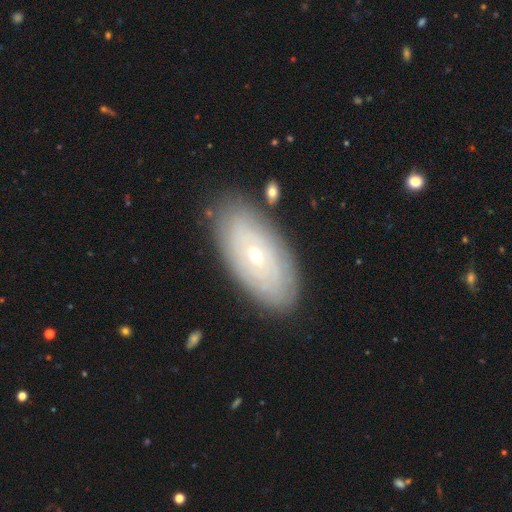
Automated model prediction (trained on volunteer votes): Q: Smooth or featured?
A: featured or disk (66%); runner-up: smooth (28%)
Q: Edge-on disk?
A: no (90%); runner-up: yes (10%)
Q: Bar?
A: no (76%); runner-up: weak (19%)
Q: Spiral arms?
A: yes (69%); runner-up: no (31%)
Q: Bulge size?
A: small (61%); runner-up: moderate (35%)
Q: Merging?
A: none (84%); runner-up: minor disturbance (11%)